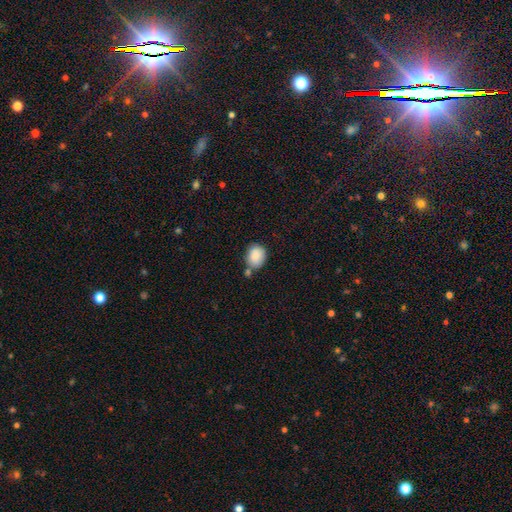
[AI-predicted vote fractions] This appears to be a smooth galaxy with no disk features (86%) that is round (55%). Merging: none (60%).